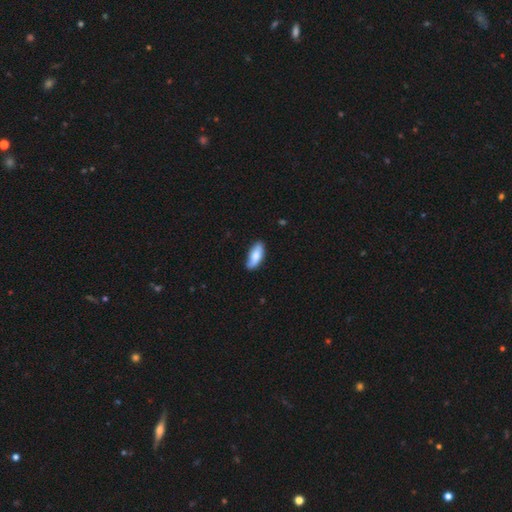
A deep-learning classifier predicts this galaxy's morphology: A smooth galaxy with no disk features (75%) that is in between round and cigar-shaped (77%). Merging: none (78%).